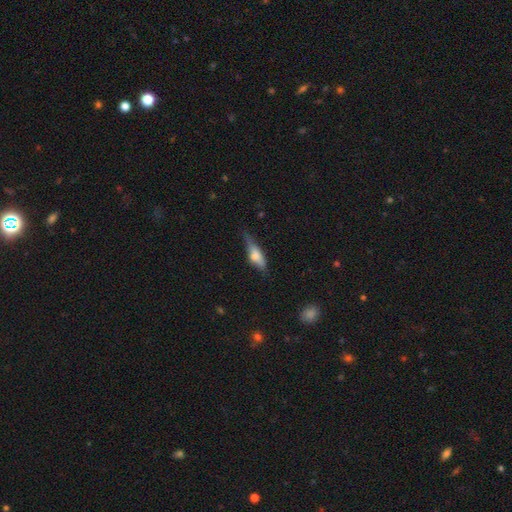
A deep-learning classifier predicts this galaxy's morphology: This is possibly a smooth galaxy (59%). How rounded: possibly in between (50%). Merging: possibly none (53%).